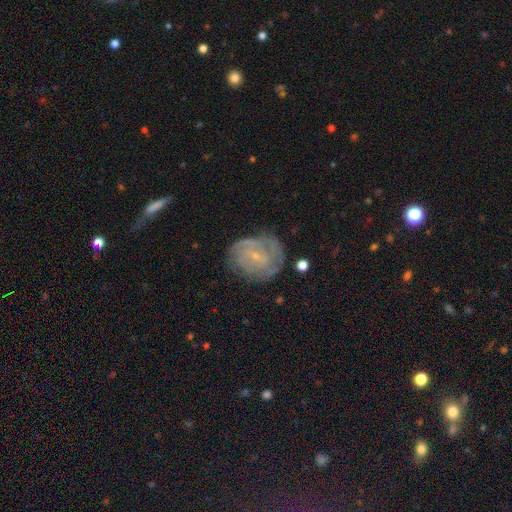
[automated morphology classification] featured or disk 76%, smooth 16%, star or artifact 8%. Down the decision tree: edge-on disk — no (97%); bar — no (58%); spiral arms — yes (89%); spiral arm count — can't tell (39%); spiral winding — tight (69%); bulge size — small (80%); merging — none (70%).